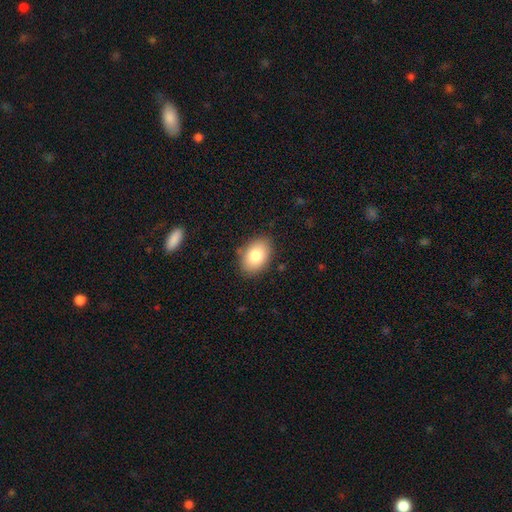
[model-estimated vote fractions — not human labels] A smooth galaxy with no disk features (81%) that is in between round and cigar-shaped (85%). Merging: none (84%).